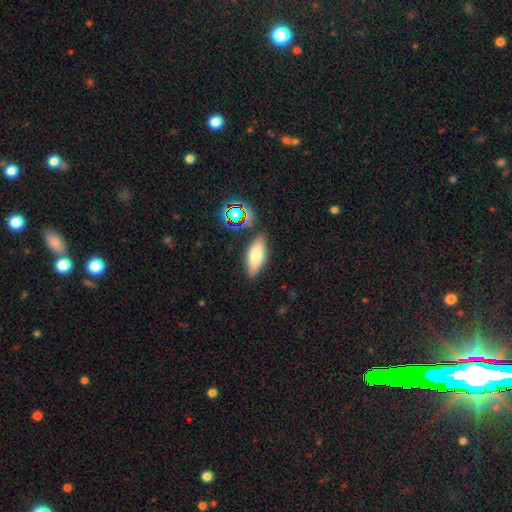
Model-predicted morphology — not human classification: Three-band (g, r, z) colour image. It shows a smooth galaxy with no disk features (76%) that is in between round and cigar-shaped (77%). Merging: none (78%).